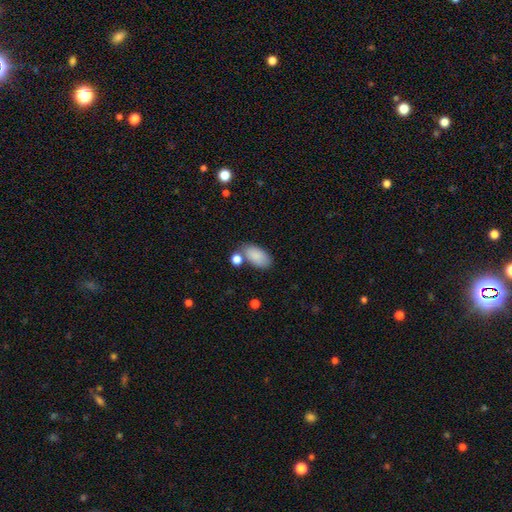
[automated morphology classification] Smooth or featured?
  - smooth: 87% *
  - star or artifact: 7%
  - featured or disk: 6%
How rounded?
  - in between: 94% *
  - round: 4%
  - cigar-shaped: 2%
Merging?
  - none: 65% *
  - minor disturbance: 15%
  - merger: 15%
  - major disturbance: 5%